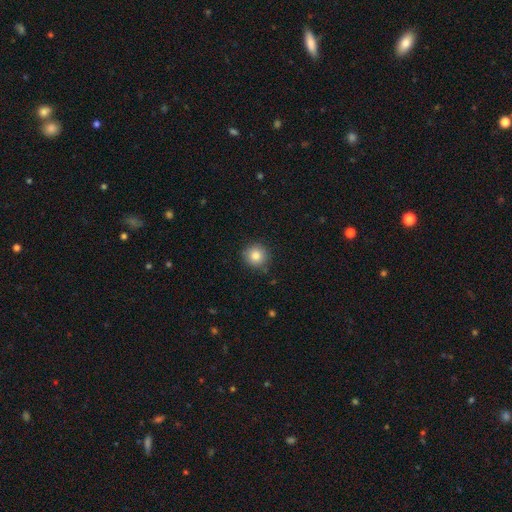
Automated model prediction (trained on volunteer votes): Overall: smooth (83%). How rounded: round (94%). Merging: none (88%).